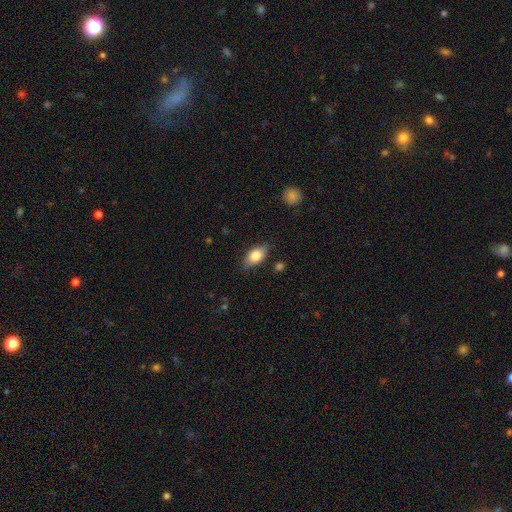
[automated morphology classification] This is likely a smooth galaxy (78%). How rounded: clearly in between (87%). Merging: likely none (78%).